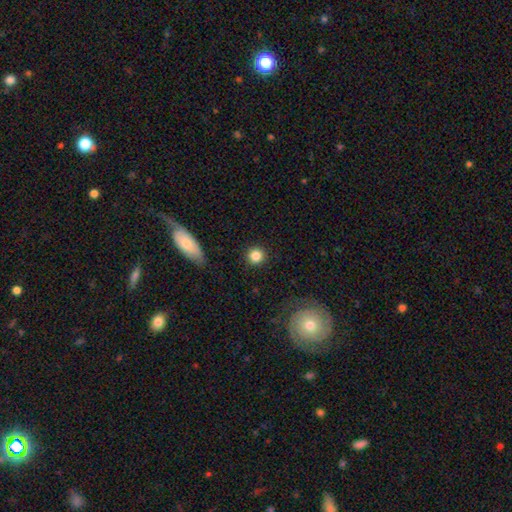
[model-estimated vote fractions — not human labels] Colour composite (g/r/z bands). It shows a smooth galaxy with no disk features (85%) that is round (93%). Merging: none (90%).